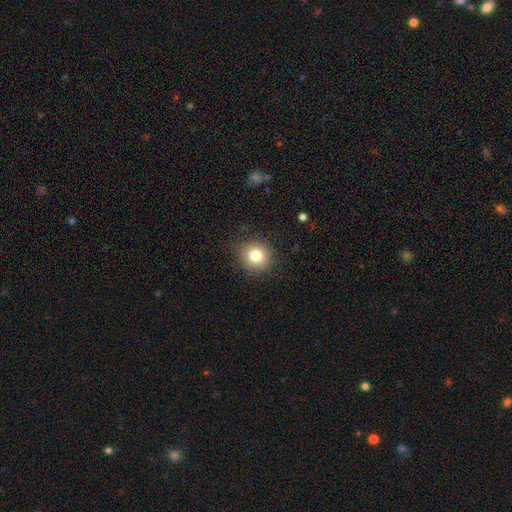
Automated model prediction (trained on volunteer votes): Smooth or featured? smooth (81%)
How rounded? round (86%)
Merging? none (85%)